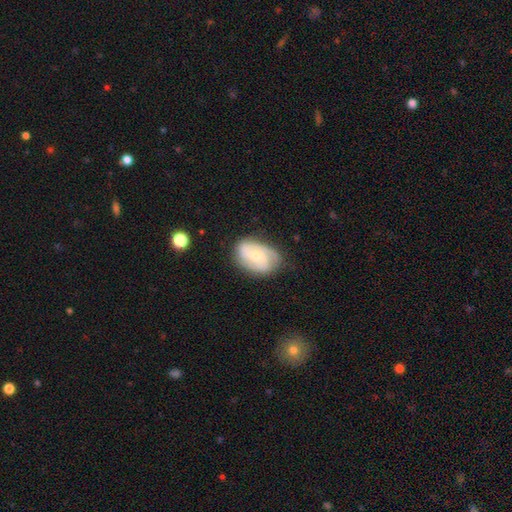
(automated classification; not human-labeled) This appears to be a featured or disk galaxy (73%) with no bar (63%), 2 (43%) tight (47%) spiral arms (93%) and a small central bulge (50%). Merging: none (70%).